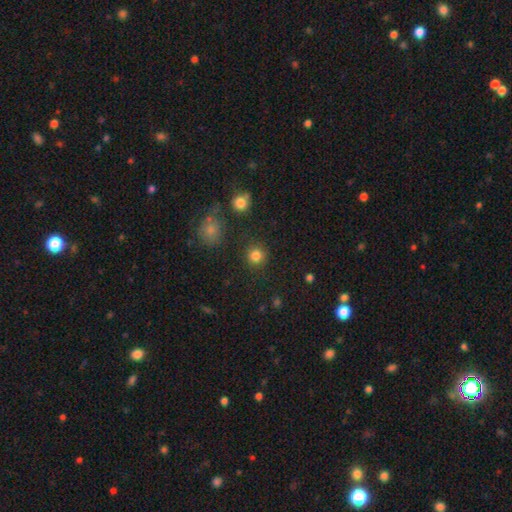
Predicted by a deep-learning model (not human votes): Morphology: type=smooth (82%); roundness=round (92%); merging=none (88%).